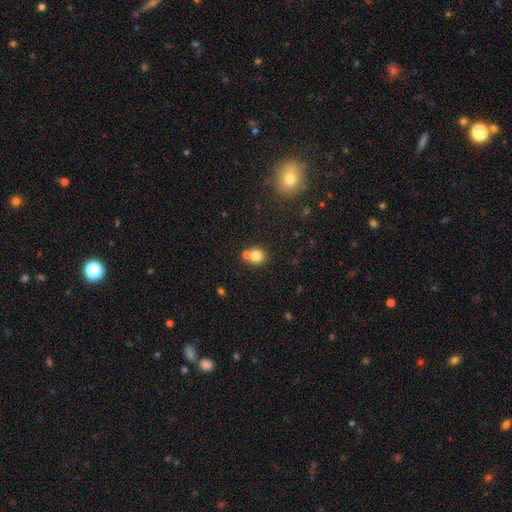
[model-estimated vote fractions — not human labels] Morphology: type=smooth (78%); roundness=round (87%); merging=none (53%).